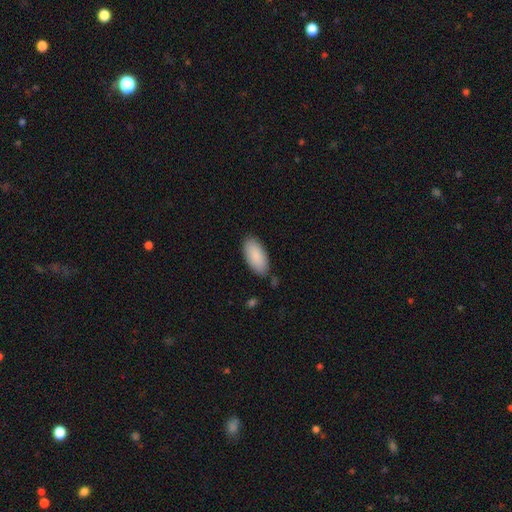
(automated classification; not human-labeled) This is clearly a smooth galaxy (89%). How rounded: clearly in between (90%). Merging: clearly none (82%).